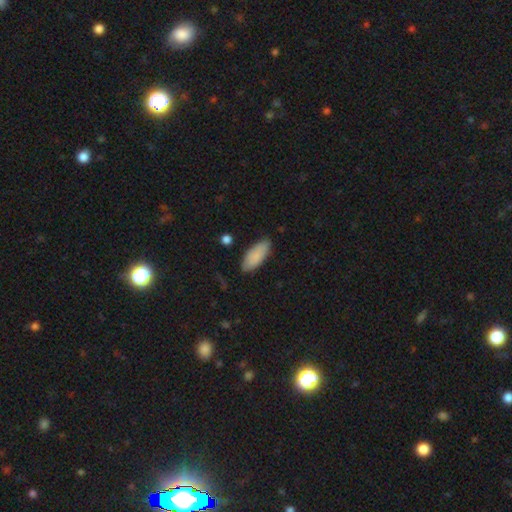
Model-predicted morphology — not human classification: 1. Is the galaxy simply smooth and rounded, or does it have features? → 86% smooth, 9% featured or disk, 6% star or artifact.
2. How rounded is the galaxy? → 82% in between, 16% cigar-shaped, 2% round.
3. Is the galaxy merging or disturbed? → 80% none, 15% minor disturbance, 3% major disturbance, 2% merger.